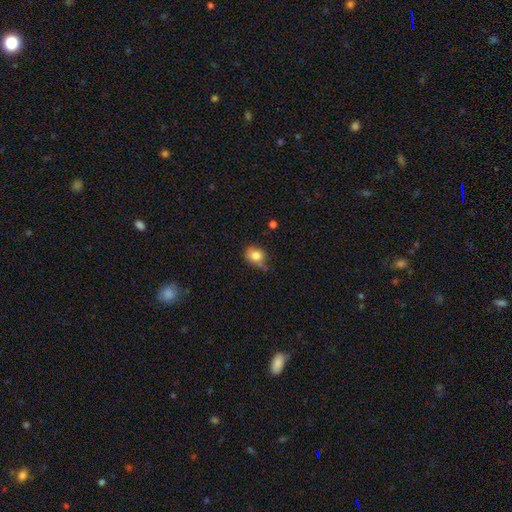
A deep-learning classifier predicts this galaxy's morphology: smooth 79%, featured or disk 11%, star or artifact 10%. Down the decision tree: how rounded — round (56%); merging — none (45%).